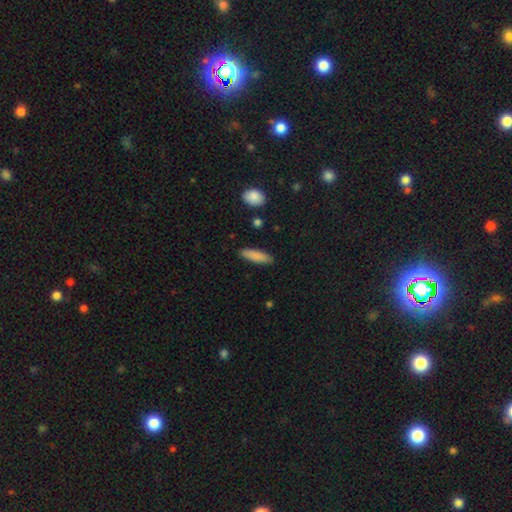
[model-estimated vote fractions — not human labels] smooth-or-featured: smooth: 86% | featured or disk: 8% | star or artifact: 6%
  how-rounded: cigar-shaped: 64% | in between: 35% | round: 2%
  merging: none: 88% | minor disturbance: 8% | major disturbance: 2% | merger: 2%